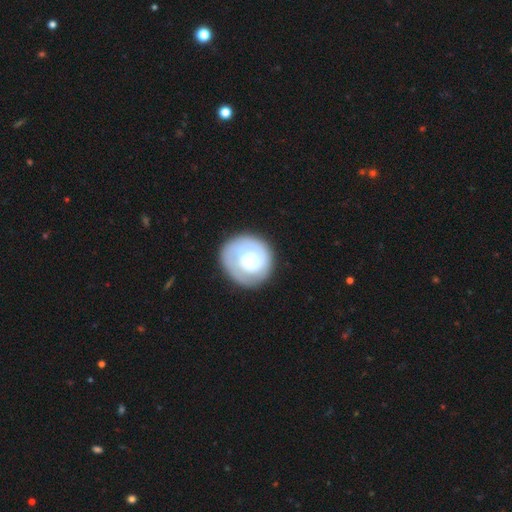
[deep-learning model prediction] Smooth or featured? Predicted: smooth (p=0.54). How rounded? Predicted: round (p=0.87). Merging? Predicted: none (p=0.72).